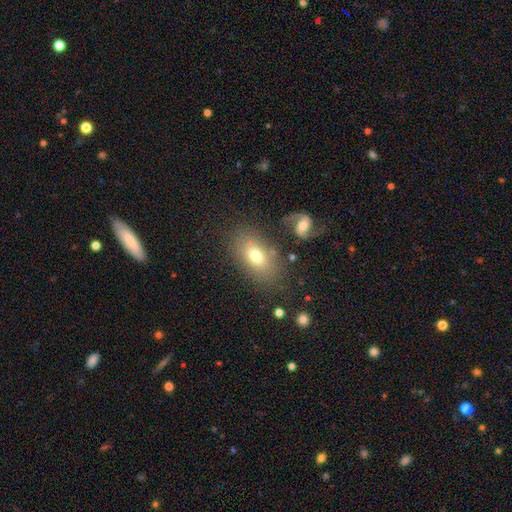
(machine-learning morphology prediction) A smooth galaxy with no disk features (67%) that is in between round and cigar-shaped (88%).

Vote fractions:
- Smooth or featured? smooth: 67% / featured or disk: 23% / star or artifact: 10%
- How rounded? in between: 88% / round: 10% / cigar-shaped: 2%
- Merging? none: 73% / minor disturbance: 14% / merger: 8% / major disturbance: 5%